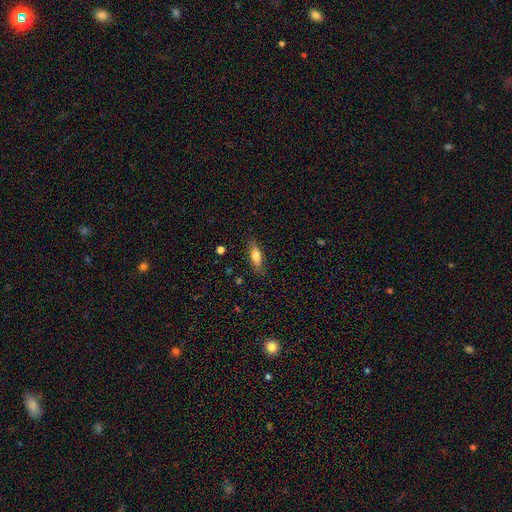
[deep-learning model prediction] A smooth galaxy with no disk features (63%) that is in between round and cigar-shaped (51%).

Vote fractions:
- Smooth or featured? smooth: 63% / featured or disk: 31% / star or artifact: 7%
- How rounded? in between: 51% / cigar-shaped: 46% / round: 3%
- Merging? none: 83% / minor disturbance: 13% / major disturbance: 3% / merger: 1%